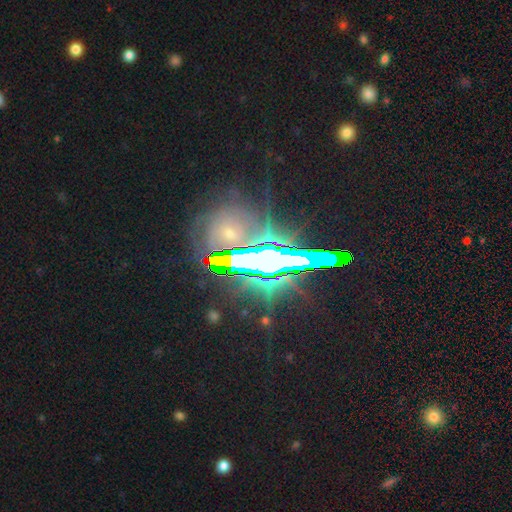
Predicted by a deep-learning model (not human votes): Smooth or featured?
  - star or artifact: 63% *
  - featured or disk: 23%
  - smooth: 14%